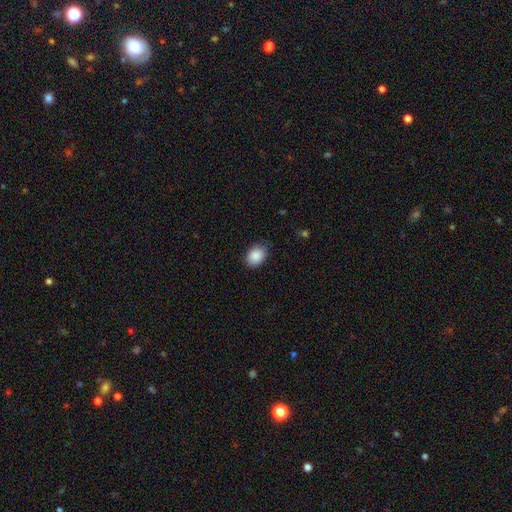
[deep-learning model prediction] smooth-or-featured: smooth: 89% | star or artifact: 7% | featured or disk: 4%
  how-rounded: in between: 74% | round: 25% | cigar-shaped: 1%
  merging: none: 77% | minor disturbance: 19% | major disturbance: 3% | merger: 1%